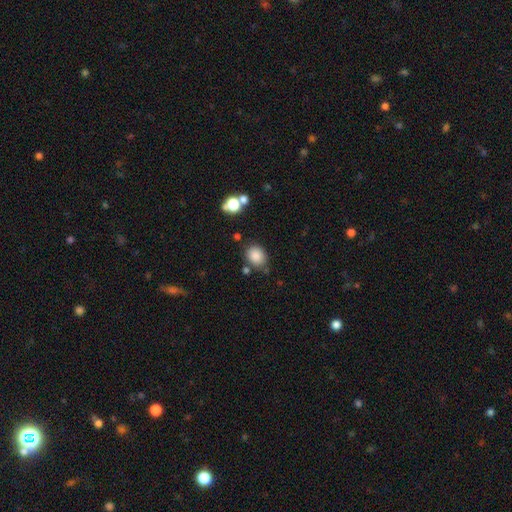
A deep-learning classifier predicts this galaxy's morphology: The model was most divided on "how rounded": round: 54%, in between: 45%, cigar-shaped: 1%. More confident: smooth or featured — smooth (84%); merging — none (73%).